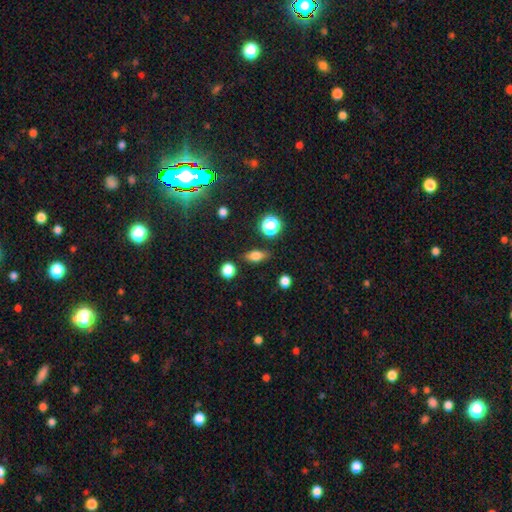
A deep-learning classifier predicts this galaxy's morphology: This is likely a smooth galaxy (71%). How rounded: likely in between (70%). Merging: clearly none (83%).